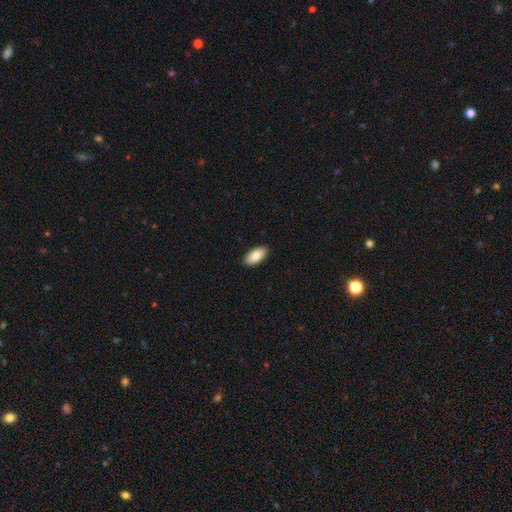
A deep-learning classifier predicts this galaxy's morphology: Smooth or featured? smooth (83%)
How rounded? in between (93%)
Merging? none (91%)